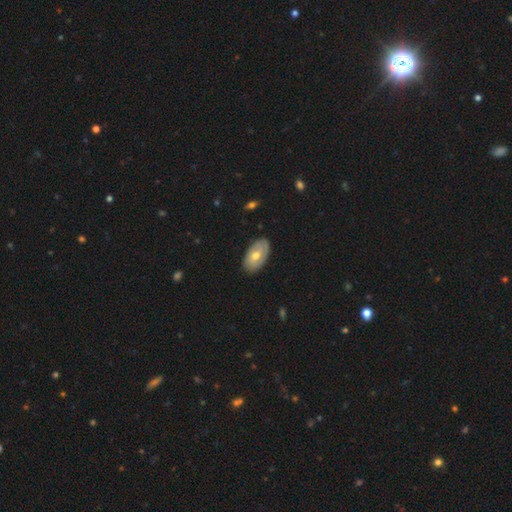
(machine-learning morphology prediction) Smooth or featured?
  - smooth: 54% *
  - featured or disk: 40%
  - star or artifact: 6%
How rounded?
  - in between: 93% *
  - round: 5%
  - cigar-shaped: 2%
Merging?
  - none: 84% *
  - minor disturbance: 13%
  - major disturbance: 2%
  - merger: 1%